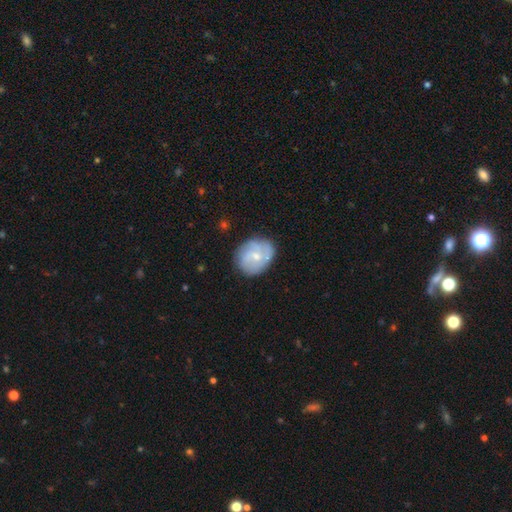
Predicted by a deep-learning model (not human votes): smooth_or_featured: featured or disk (p=0.56) [alt: smooth p=0.37]
disk_edge_on: no (p=0.97) [alt: yes p=0.03]
bar: no (p=0.62) [alt: weak p=0.33]
has_spiral_arms: yes (p=0.77) [alt: no p=0.23]
bulge_size: small (p=0.58) [alt: moderate p=0.35]
merging: none (p=0.70) [alt: minor disturbance p=0.20]